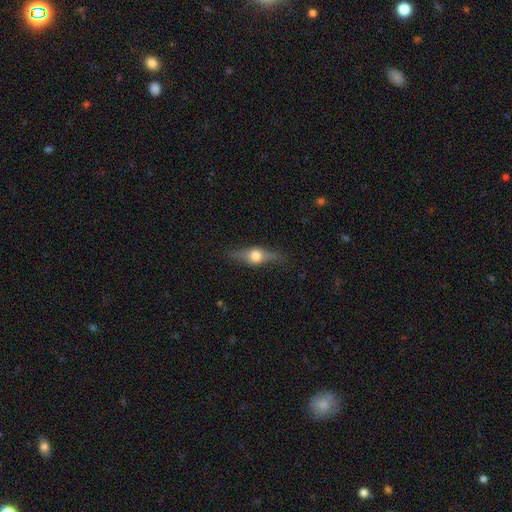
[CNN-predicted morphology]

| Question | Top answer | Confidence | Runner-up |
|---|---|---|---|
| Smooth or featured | featured or disk | 58% | smooth (35%) |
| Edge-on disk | yes | 91% | no (9%) |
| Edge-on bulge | rounded | 96% | boxy (3%) |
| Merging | none | 83% | minor disturbance (13%) |